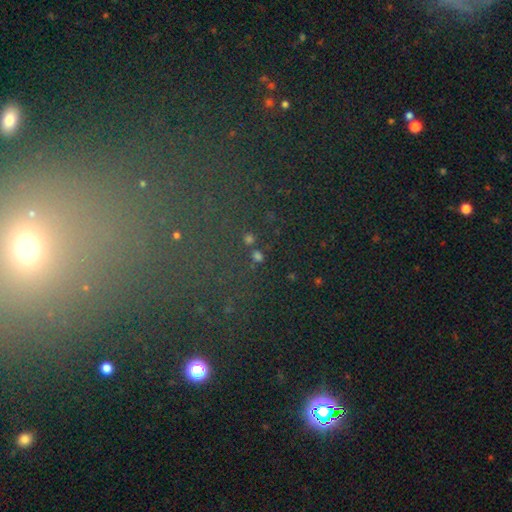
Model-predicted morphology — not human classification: A star or artifact, not a galaxy (66%).